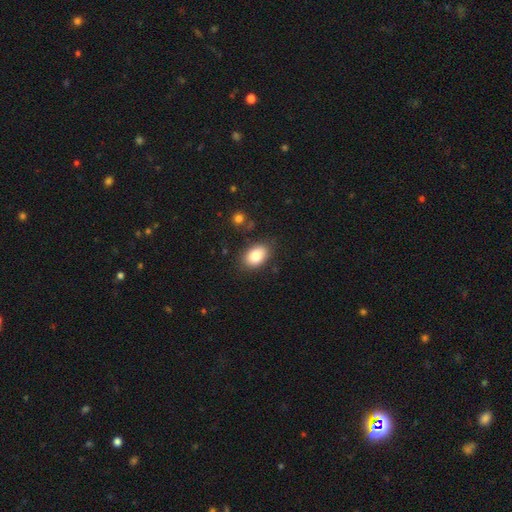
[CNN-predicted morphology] Smooth or featured? smooth (86%)
How rounded? in between (87%)
Merging? none (82%)